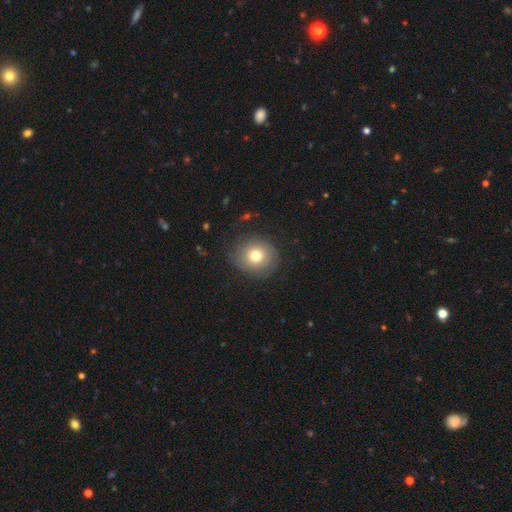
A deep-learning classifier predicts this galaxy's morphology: smooth 68%, featured or disk 22%, star or artifact 10%. Down the decision tree: how rounded — round (83%); merging — none (79%).